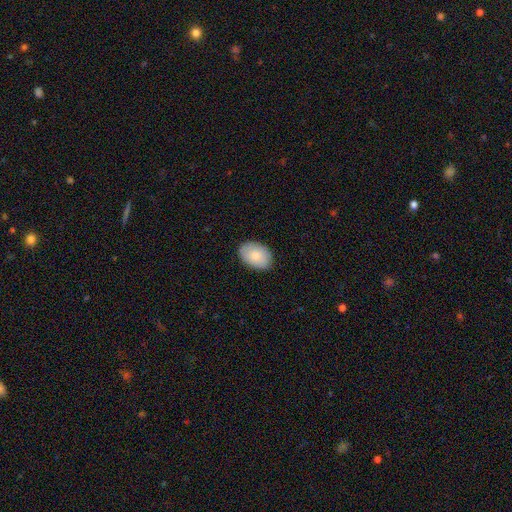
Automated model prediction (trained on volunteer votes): smooth 82%, featured or disk 12%, star or artifact 6%. Down the decision tree: how rounded — in between (86%); merging — none (86%).